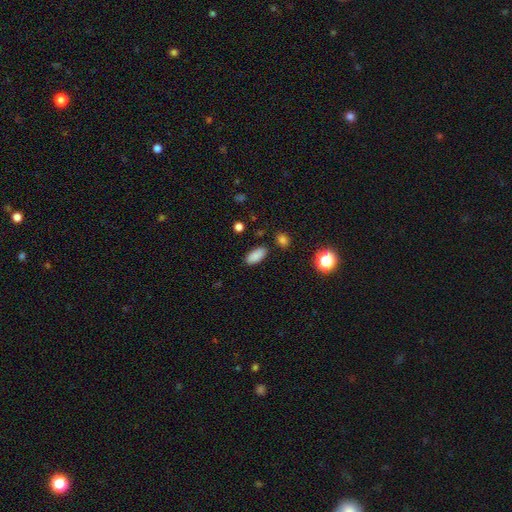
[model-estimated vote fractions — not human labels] Overall: smooth (86%). How rounded: in between (90%). Merging: none (85%).